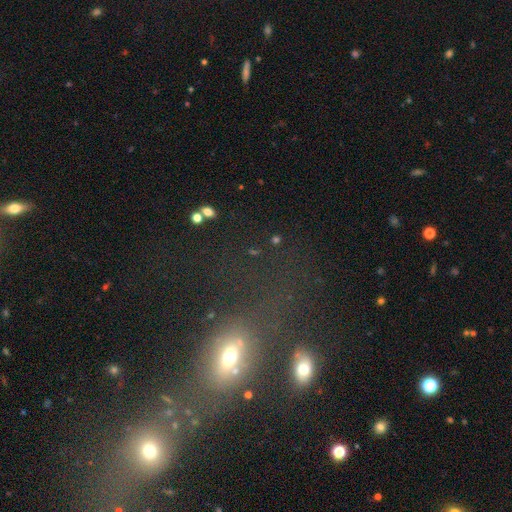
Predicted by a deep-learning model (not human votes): Morphology: type=smooth (47%); merging=none (39%).